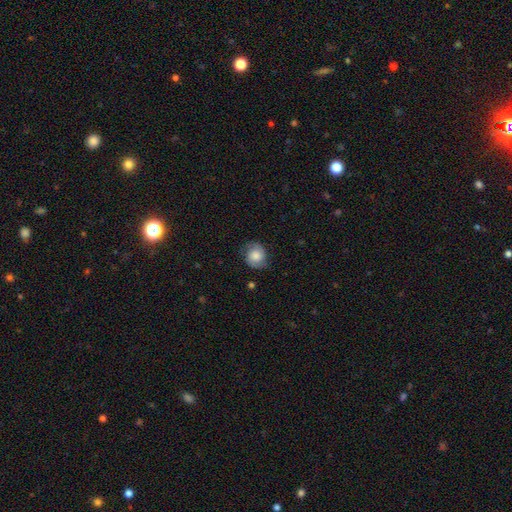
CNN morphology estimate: smooth-or-featured: smooth: 52% | featured or disk: 39% | star or artifact: 9%
  how-rounded: round: 74% | in between: 25% | cigar-shaped: 1%
  merging: none: 75% | minor disturbance: 18% | major disturbance: 6% | merger: 1%